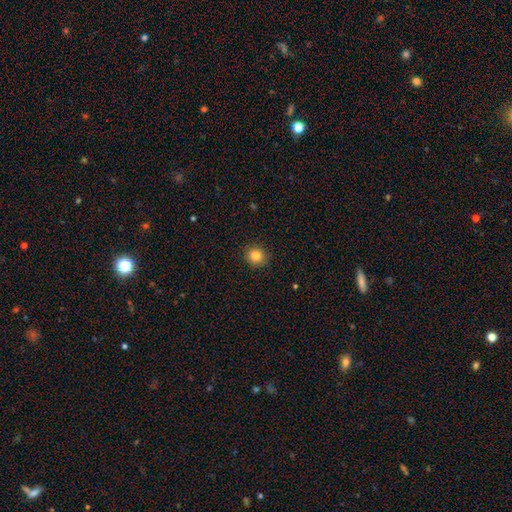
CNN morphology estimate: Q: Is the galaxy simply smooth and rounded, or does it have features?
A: smooth — 83%.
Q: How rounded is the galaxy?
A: round — 91%.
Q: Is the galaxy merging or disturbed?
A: none — 90%.